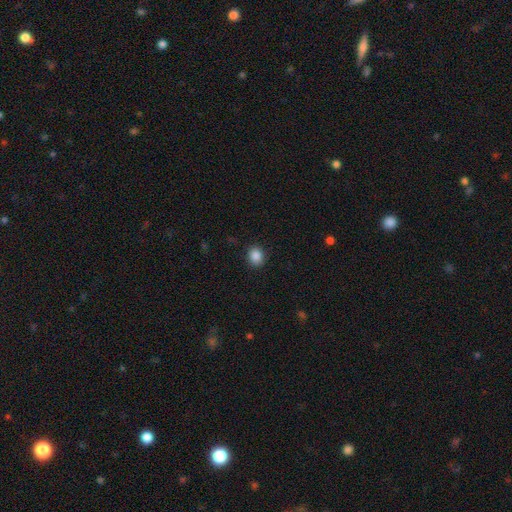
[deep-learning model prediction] A smooth galaxy with no disk features (87%) that is round (66%).

Vote fractions:
- Smooth or featured? smooth: 87% / star or artifact: 10% / featured or disk: 3%
- How rounded? round: 66% / in between: 33% / cigar-shaped: 1%
- Merging? none: 89% / minor disturbance: 7% / major disturbance: 2% / merger: 1%